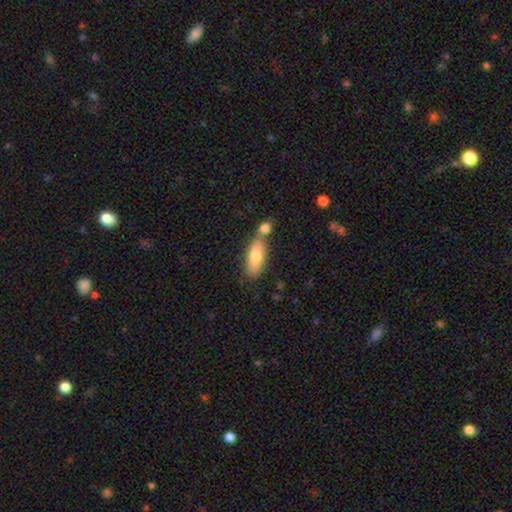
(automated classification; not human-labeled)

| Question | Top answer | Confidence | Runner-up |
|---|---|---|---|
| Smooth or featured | smooth | 74% | featured or disk (20%) |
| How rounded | in between | 73% | cigar-shaped (24%) |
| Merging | none | 52% | merger (31%) |